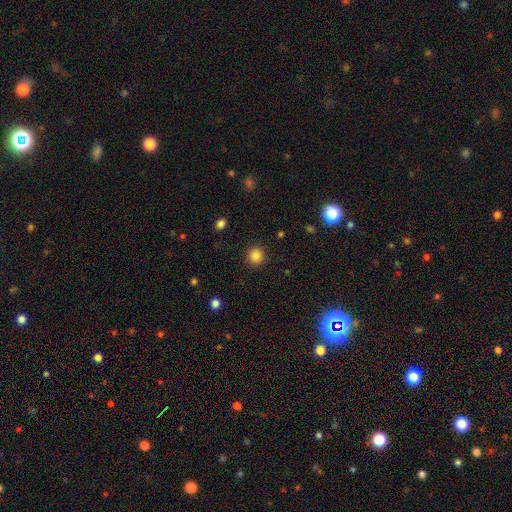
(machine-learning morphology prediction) Q: Smooth or featured?
A: smooth (85%); runner-up: star or artifact (11%)
Q: How rounded?
A: round (91%); runner-up: in between (8%)
Q: Merging?
A: none (91%); runner-up: minor disturbance (6%)